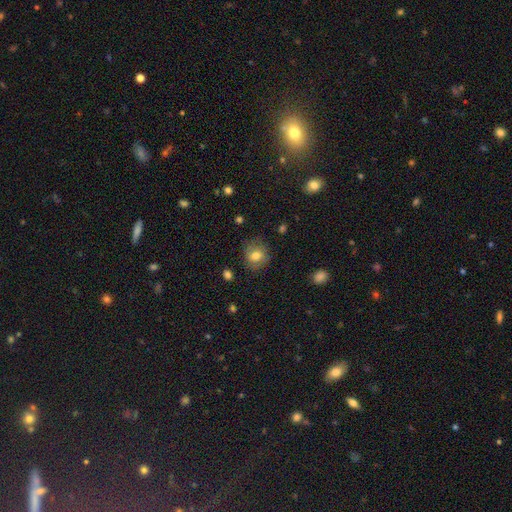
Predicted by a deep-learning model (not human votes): Smooth or featured? smooth (75%)
How rounded? round (81%)
Merging? none (79%)